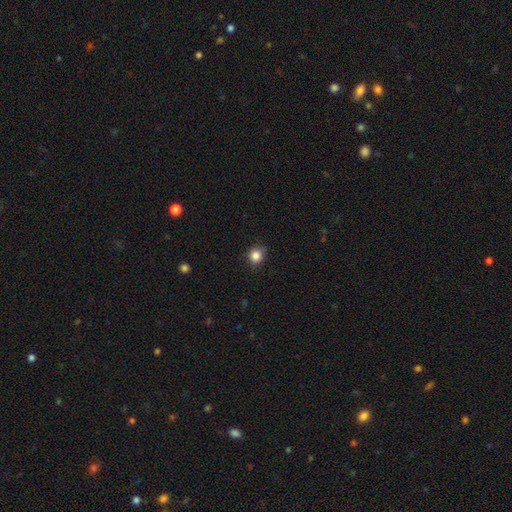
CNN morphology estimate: A smooth galaxy with no disk features (85%) that is round (79%). Merging: none (81%).